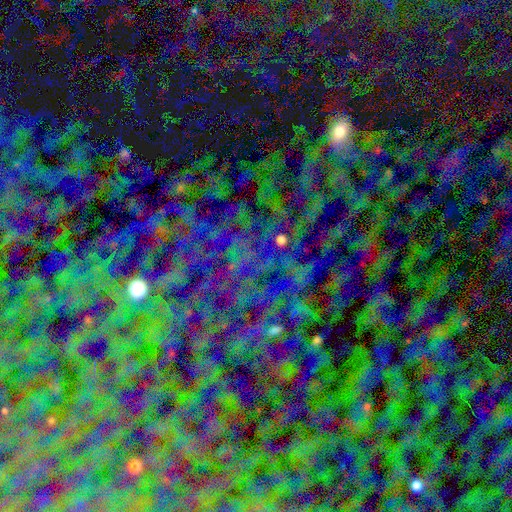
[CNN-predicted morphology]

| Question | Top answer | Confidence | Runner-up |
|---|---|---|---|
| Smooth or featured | star or artifact | 80% | smooth (11%) |